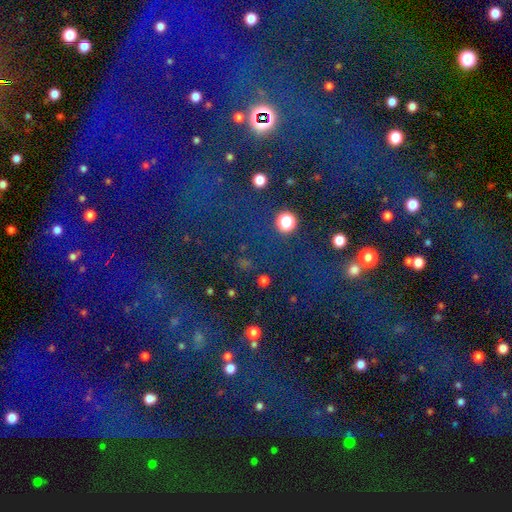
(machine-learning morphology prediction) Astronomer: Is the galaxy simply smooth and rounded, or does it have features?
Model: star or artifact — 83%.